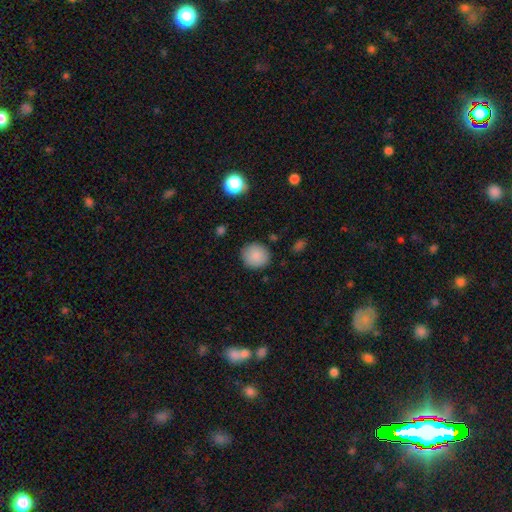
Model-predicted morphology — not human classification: A smooth galaxy with no disk features (87%) that is round (87%). Merging: none (87%).